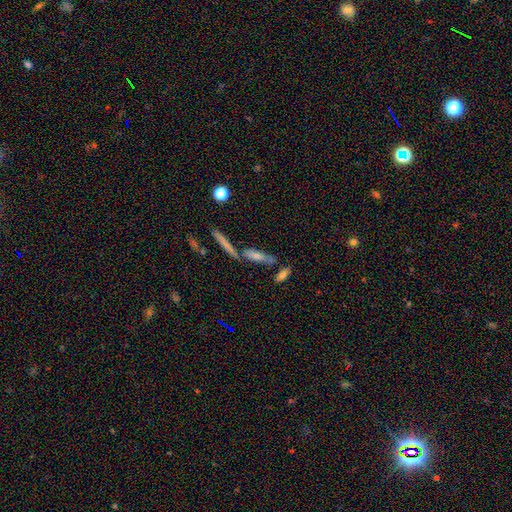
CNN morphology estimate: type=featured or disk (49%); merging=none (61%).